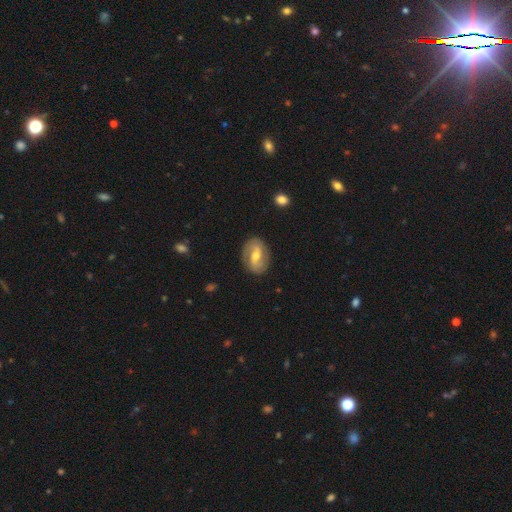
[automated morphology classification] A featured or disk galaxy (73%) with a weak bar (48%), 2 (88%) medium (43%) spiral arms (87%) and a moderate central bulge (62%).

Vote fractions:
- Smooth or featured? featured or disk: 73% / smooth: 21% / star or artifact: 6%
- Edge-on disk? no: 96% / yes: 4%
- Bar? weak: 48% / strong: 28% / no: 24%
- Spiral arms? yes: 87% / no: 13%
- Spiral winding? medium: 43% / loose: 31% / tight: 25%
- Spiral arm count? 2: 88% / can't tell: 7% / 1: 2% / 3: 1% / 4: 1% / more than 4: 1%
- Bulge size? moderate: 62% / small: 31% / large: 4% / none: 2% / dominant: 1%
- Merging? none: 84% / minor disturbance: 12% / major disturbance: 3% / merger: 1%